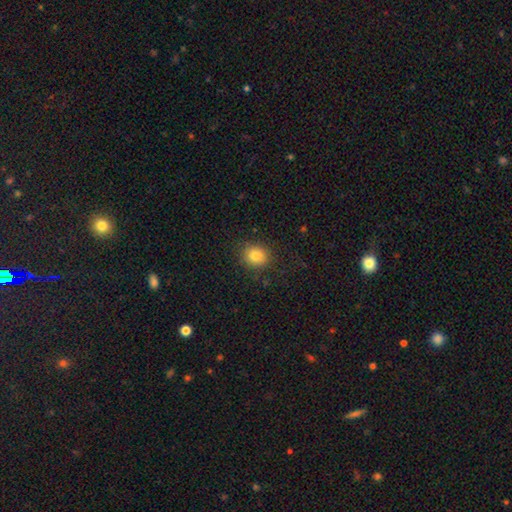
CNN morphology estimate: Smooth or featured?
  - smooth: 83% *
  - star or artifact: 11%
  - featured or disk: 6%
How rounded?
  - round: 75% *
  - in between: 24%
  - cigar-shaped: 1%
Merging?
  - none: 86% *
  - minor disturbance: 10%
  - major disturbance: 3%
  - merger: 1%